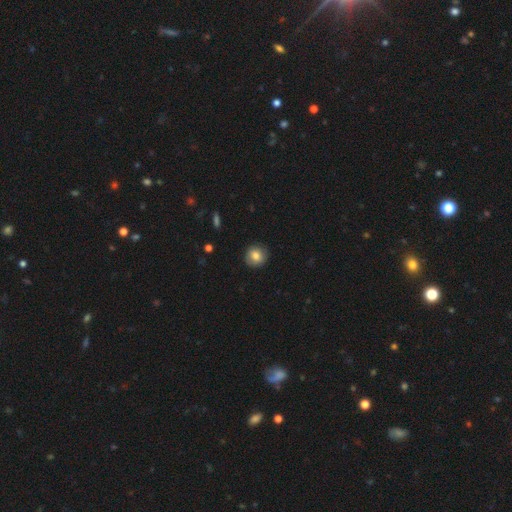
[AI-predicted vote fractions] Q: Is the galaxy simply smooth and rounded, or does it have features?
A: smooth — 81%.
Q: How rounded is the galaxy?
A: round — 91%.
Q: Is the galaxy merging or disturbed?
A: none — 89%.